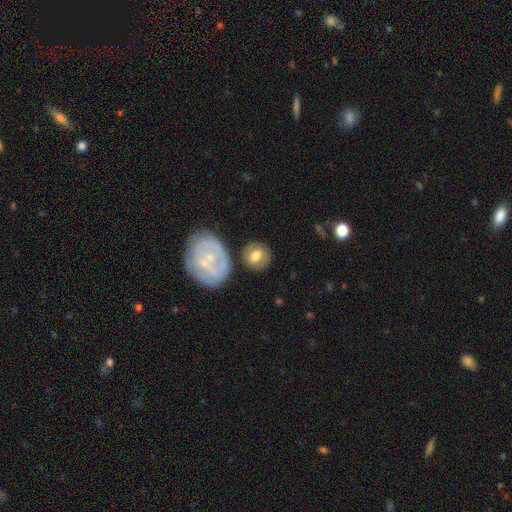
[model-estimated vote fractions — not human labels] Q: Smooth or featured?
A: smooth (64%); runner-up: featured or disk (30%)
Q: How rounded?
A: round (75%); runner-up: in between (23%)
Q: Merging?
A: none (76%); runner-up: minor disturbance (13%)